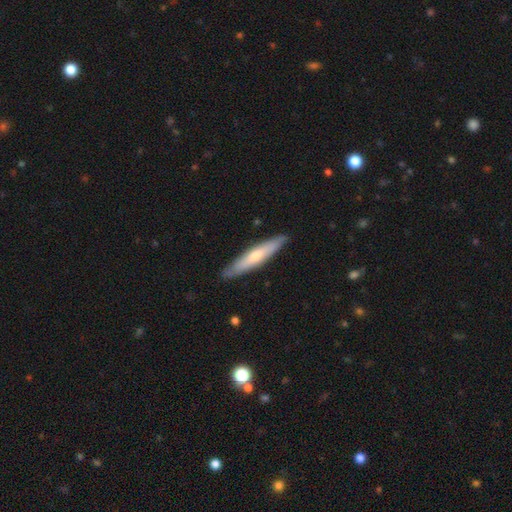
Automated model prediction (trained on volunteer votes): Q: Smooth or featured?
A: smooth (52%); runner-up: featured or disk (42%)
Q: How rounded?
A: cigar-shaped (89%); runner-up: in between (10%)
Q: Merging?
A: none (88%); runner-up: minor disturbance (9%)